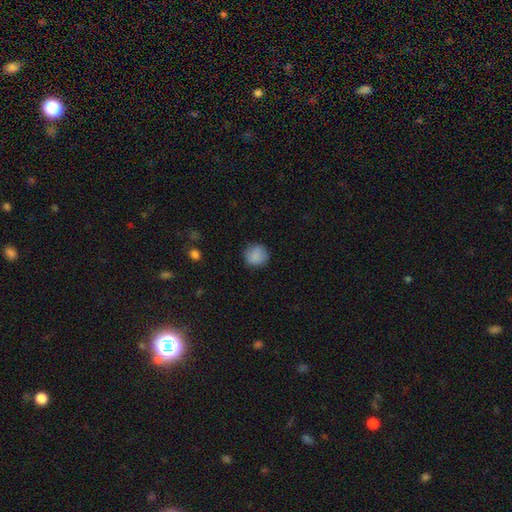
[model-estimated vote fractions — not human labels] The model was most divided on "merging": none: 85%, minor disturbance: 11%, major disturbance: 3%, merger: 1%. More confident: how rounded — round (91%); smooth or featured — smooth (87%).